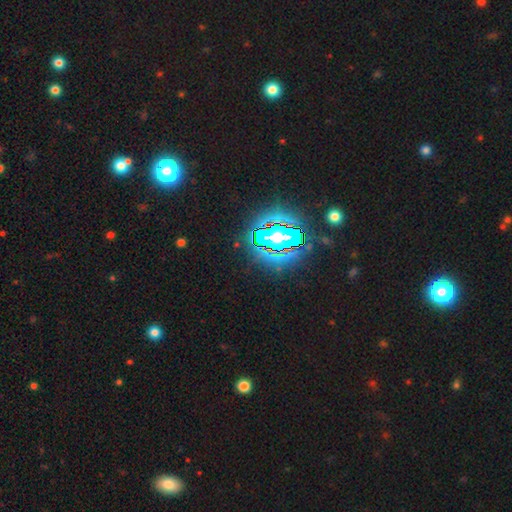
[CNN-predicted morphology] This appears to be a star or artifact, not a galaxy (77%).